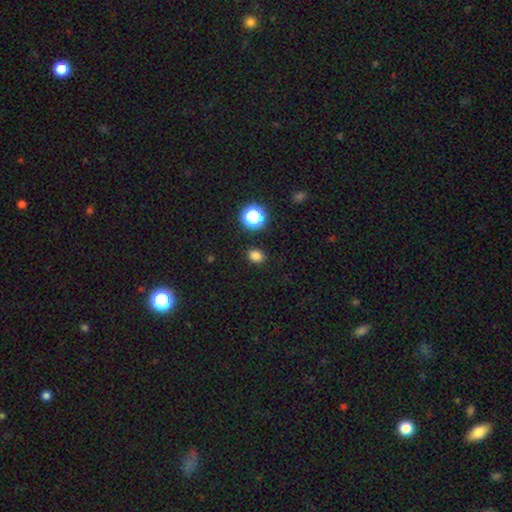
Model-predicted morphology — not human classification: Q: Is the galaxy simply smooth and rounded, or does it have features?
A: smooth — 80%.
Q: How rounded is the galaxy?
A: round — 54%.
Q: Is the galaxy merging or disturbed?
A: none — 88%.